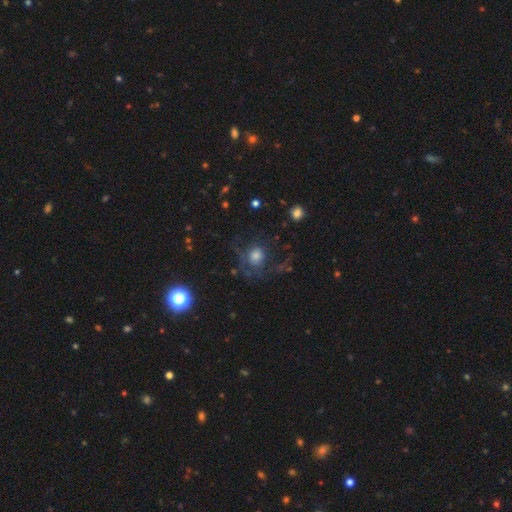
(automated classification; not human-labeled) Overall: smooth (44%; featured or disk 37%). Merging: none (54%; major disturbance 27%).